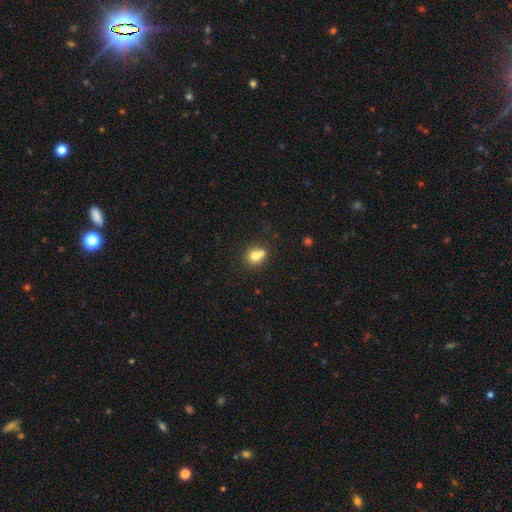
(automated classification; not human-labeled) Smooth or featured? Predicted: smooth (p=0.73). How rounded? Predicted: round (p=0.80). Merging? Predicted: merger (p=0.46).